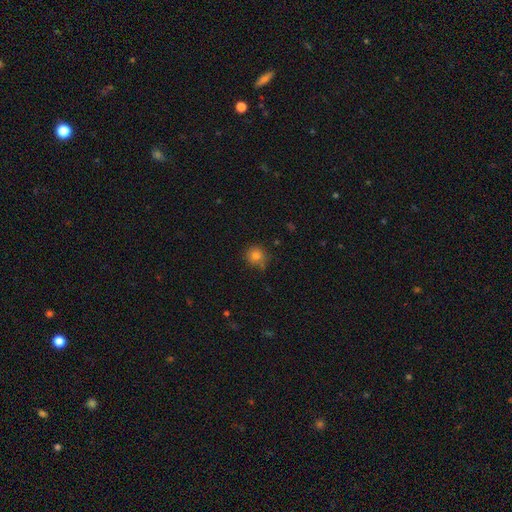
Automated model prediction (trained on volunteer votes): Smooth or featured?
  - smooth: 80% *
  - star or artifact: 13%
  - featured or disk: 7%
How rounded?
  - round: 91% *
  - in between: 8%
  - cigar-shaped: 1%
Merging?
  - none: 75% *
  - minor disturbance: 17%
  - merger: 4%
  - major disturbance: 4%